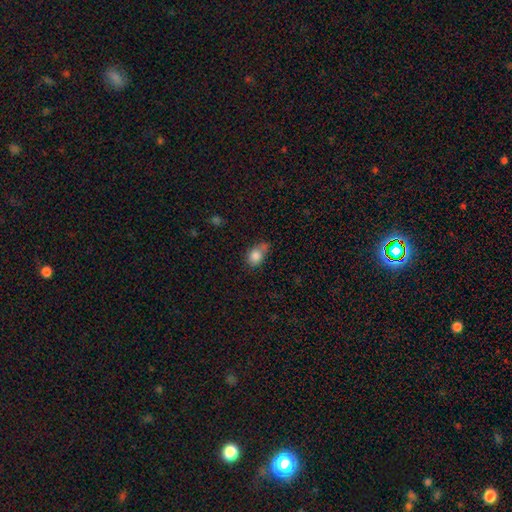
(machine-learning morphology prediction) A smooth galaxy with no disk features (84%) that is in between round and cigar-shaped (57%).

Vote fractions:
- Smooth or featured? smooth: 84% / star or artifact: 9% / featured or disk: 7%
- How rounded? in between: 57% / round: 42% / cigar-shaped: 2%
- Merging? none: 43% / minor disturbance: 30% / merger: 18% / major disturbance: 9%